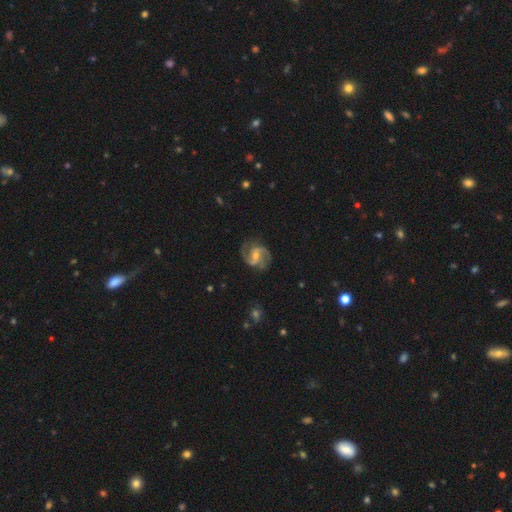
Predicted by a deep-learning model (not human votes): Smooth or featured?
  - featured or disk: 91% *
  - star or artifact: 5%
  - smooth: 5%
Edge-on disk?
  - no: 98% *
  - yes: 2%
Bar?
  - weak: 46% *
  - no: 35%
  - strong: 18%
Spiral arms?
  - yes: 98% *
  - no: 2%
Spiral winding?
  - medium: 57% *
  - loose: 24%
  - tight: 19%
Spiral arm count?
  - 2: 74% *
  - 3: 15%
  - can't tell: 4%
  - 4: 2%
  - 1: 2%
  - more than 4: 2%
Bulge size?
  - small: 49% *
  - moderate: 47%
  - none: 2%
  - large: 2%
  - dominant: 1%
Merging?
  - none: 78% *
  - minor disturbance: 15%
  - major disturbance: 5%
  - merger: 1%